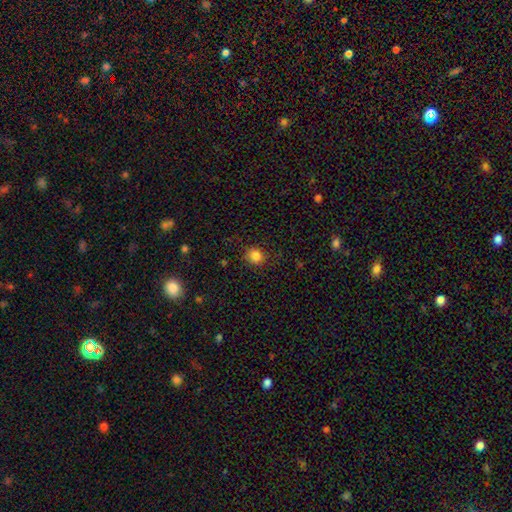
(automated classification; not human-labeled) smooth 84%, star or artifact 12%, featured or disk 4%. Down the decision tree: how rounded — round (83%); merging — none (82%).